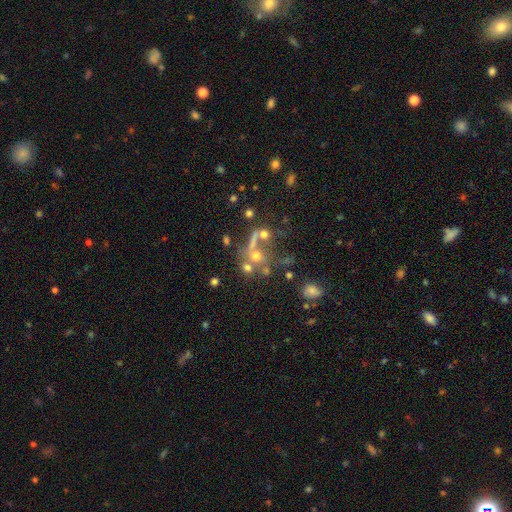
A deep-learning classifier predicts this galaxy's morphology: smooth-or-featured: smooth: 45% | featured or disk: 30% | star or artifact: 26%
  merging: merger: 40% | none: 37% | major disturbance: 13% | minor disturbance: 10%